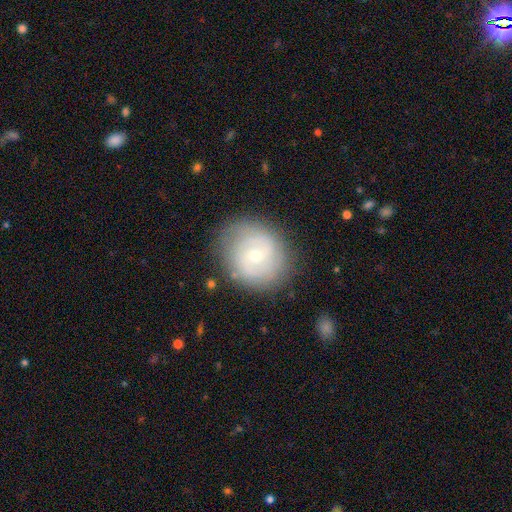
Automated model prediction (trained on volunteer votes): smooth_or_featured: featured or disk (p=0.62) [alt: smooth p=0.30]
disk_edge_on: no (p=0.97) [alt: yes p=0.03]
bar: no (p=0.64) [alt: weak p=0.30]
has_spiral_arms: yes (p=0.75) [alt: no p=0.25]
bulge_size: small (p=0.66) [alt: moderate p=0.31]
merging: none (p=0.80) [alt: minor disturbance p=0.13]